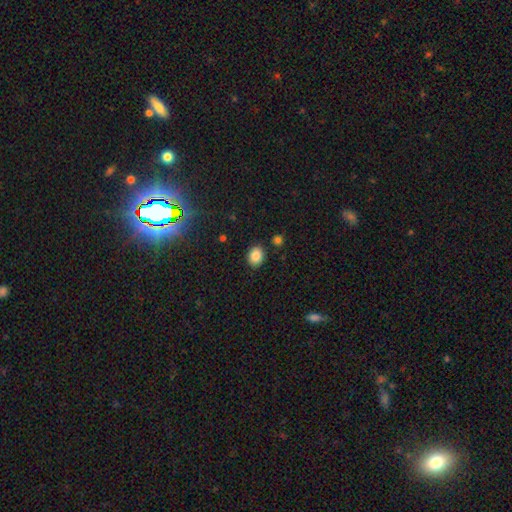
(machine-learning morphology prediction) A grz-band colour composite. It shows a smooth galaxy with no disk features (86%) that is in between round and cigar-shaped (54%). Merging: none (86%).